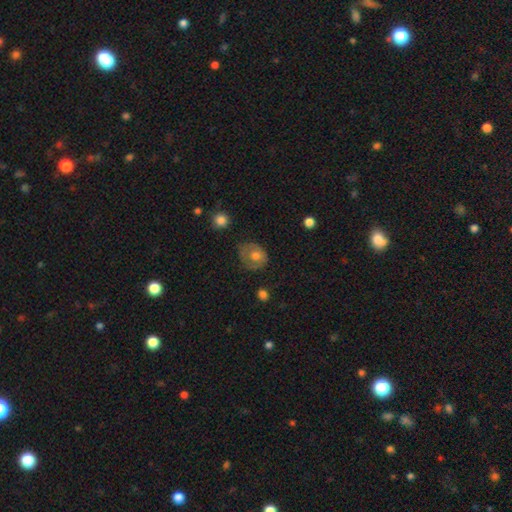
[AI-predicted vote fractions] Smooth or featured? Predicted: smooth (p=0.64). How rounded? Predicted: round (p=0.65). Merging? Predicted: none (p=0.52).